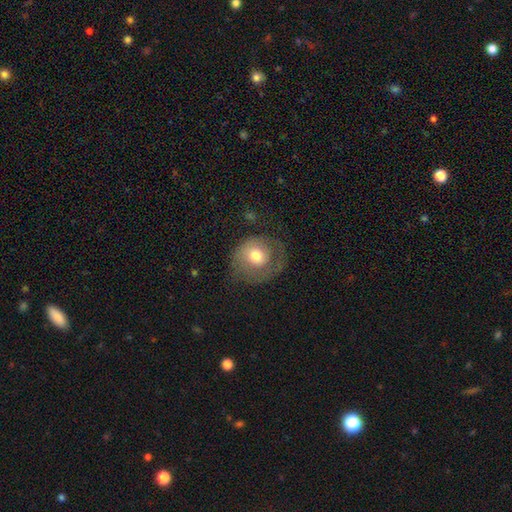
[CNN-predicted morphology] Smooth or featured: smooth — 57% (featured or disk — 35%)
How rounded: round — 80% (in between — 19%)
Merging: none — 47% (major disturbance — 28%)